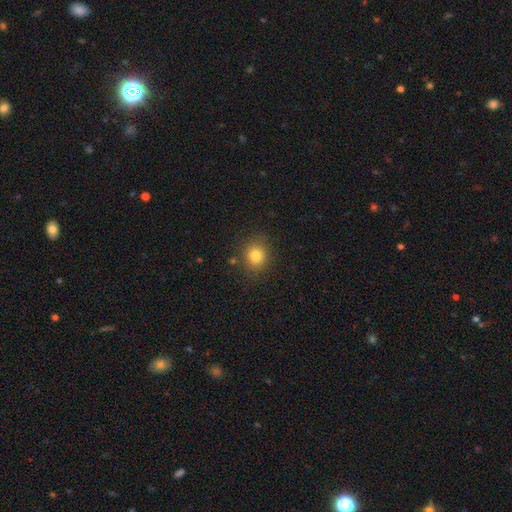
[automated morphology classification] Smooth or featured? Predicted: smooth (p=0.80). How rounded? Predicted: round (p=0.81). Merging? Predicted: none (p=0.85).